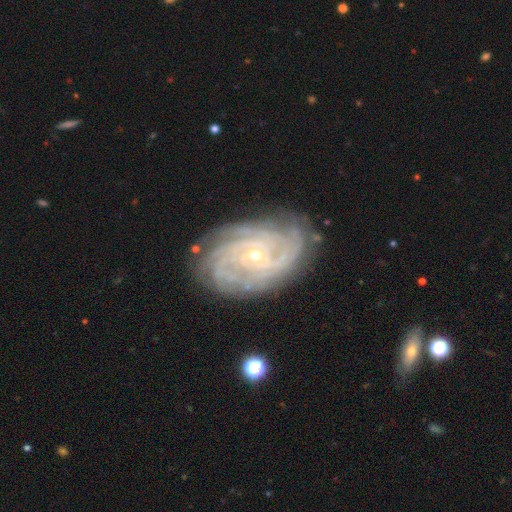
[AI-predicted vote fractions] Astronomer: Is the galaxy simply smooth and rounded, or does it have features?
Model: featured or disk — 88%.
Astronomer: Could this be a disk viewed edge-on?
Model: no — 97%.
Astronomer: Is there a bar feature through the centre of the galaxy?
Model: no — 68%.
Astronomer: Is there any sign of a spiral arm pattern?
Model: yes — 98%.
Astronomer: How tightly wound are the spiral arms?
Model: tight — 78%.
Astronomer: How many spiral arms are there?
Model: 4 — 25% (runner-up: can't tell, 23%).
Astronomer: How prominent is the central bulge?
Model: small — 84%.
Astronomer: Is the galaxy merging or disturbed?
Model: none — 79%.